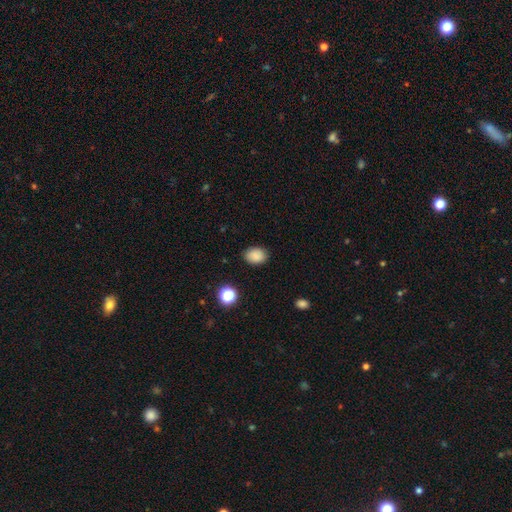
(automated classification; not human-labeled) smooth 86%, star or artifact 10%, featured or disk 5%. Down the decision tree: how rounded — in between (67%); merging — none (84%).